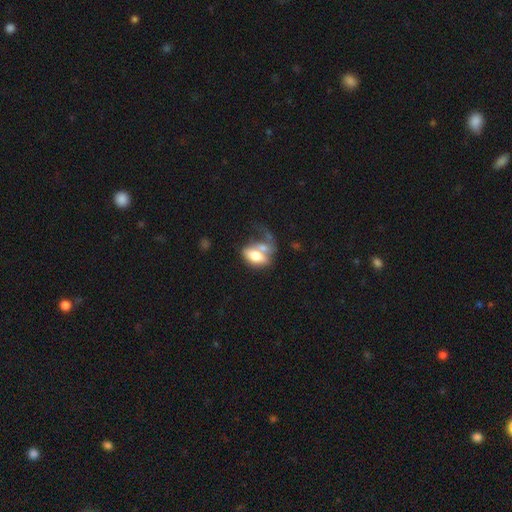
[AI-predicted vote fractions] Smooth or featured? Predicted: smooth (p=0.64). How rounded? Predicted: in between (p=0.86). Merging? Predicted: merger (p=0.46).